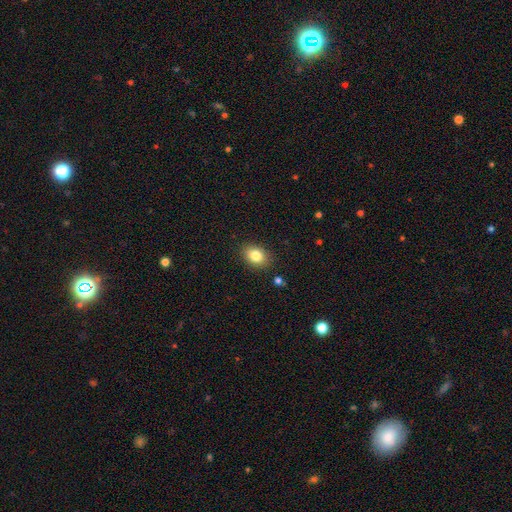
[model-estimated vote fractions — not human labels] The model was most divided on "how rounded": in between: 70%, round: 28%, cigar-shaped: 1%. More confident: merging — none (87%); smooth or featured — smooth (83%).